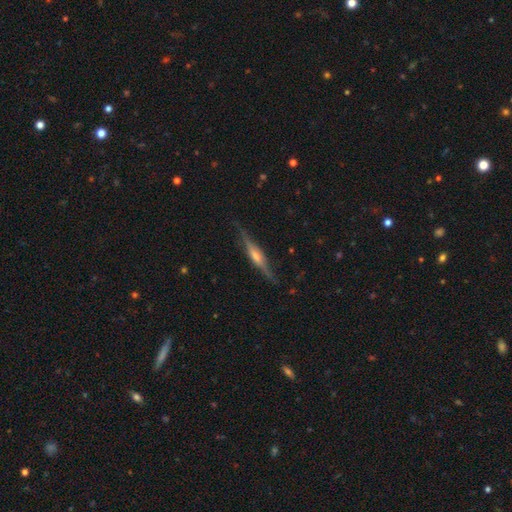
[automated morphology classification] A featured or disk galaxy (76%) viewed edge-on (97%) with a rounded central bulge (69%).

Vote fractions:
- Smooth or featured? featured or disk: 76% / smooth: 18% / star or artifact: 6%
- Edge-on disk? yes: 97% / no: 3%
- Edge-on bulge? rounded: 69% / boxy: 20% / none: 10%
- Merging? none: 85% / minor disturbance: 11% / major disturbance: 3% / merger: 1%